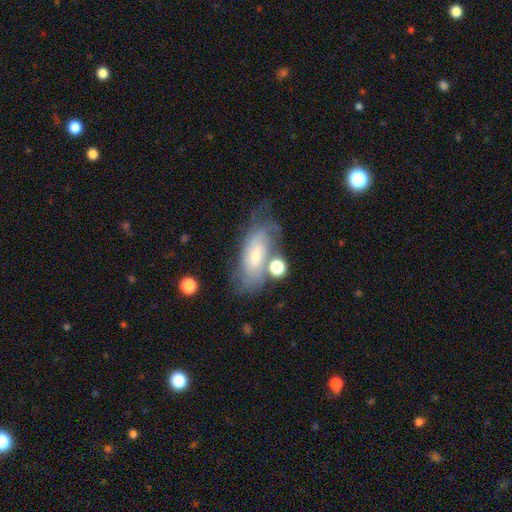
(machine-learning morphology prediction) smooth-or-featured: featured or disk: 58% | smooth: 34% | star or artifact: 9%
  disk-edge-on: no: 88% | yes: 12%
    bar: no: 57% | weak: 34% | strong: 9%
    has-spiral-arms: yes: 78% | no: 22%
    bulge-size: small: 54% | moderate: 34% | large: 5% | none: 5% | dominant: 2%
  merging: none: 52% | minor disturbance: 22% | major disturbance: 14% | merger: 11%